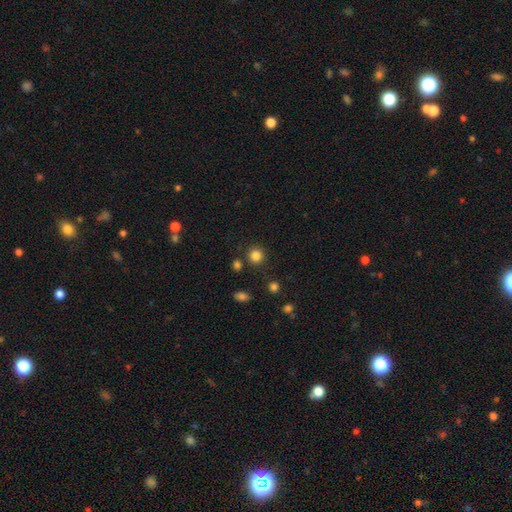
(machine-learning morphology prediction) The model was most divided on "smooth or featured": smooth: 83%, star or artifact: 12%, featured or disk: 4%. More confident: how rounded — round (92%); merging — none (86%).